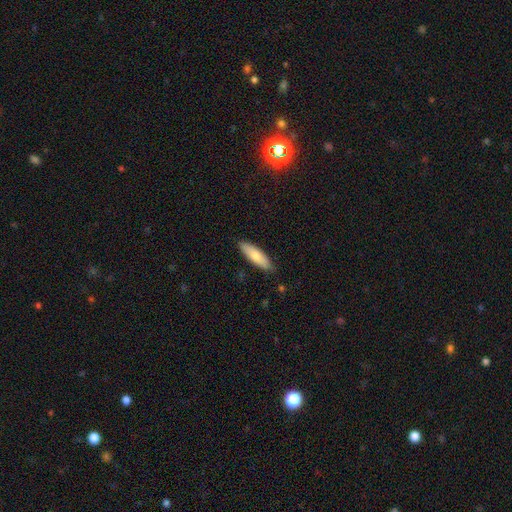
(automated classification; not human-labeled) The model was most divided on "how rounded": cigar-shaped: 52%, in between: 46%, round: 2%. More confident: merging — none (87%); smooth or featured — smooth (76%).